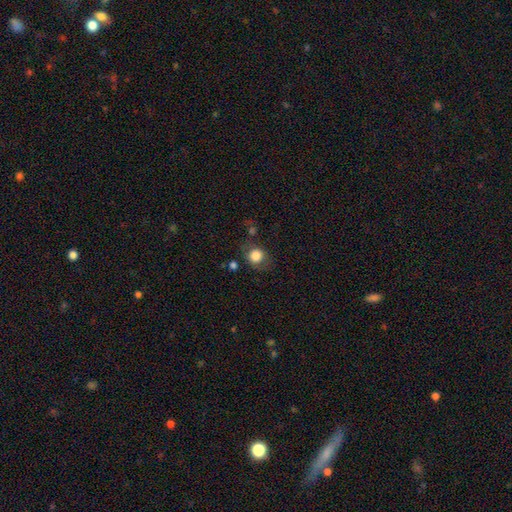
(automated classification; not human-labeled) smooth 80%, featured or disk 11%, star or artifact 9%. Down the decision tree: how rounded — round (70%); merging — none (67%).